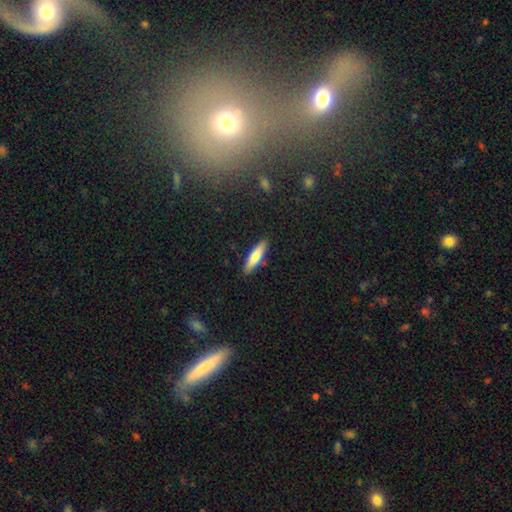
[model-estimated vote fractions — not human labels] A smooth galaxy with no disk features (75%) that is cigar-shaped (73%).

Vote fractions:
- Smooth or featured? smooth: 75% / featured or disk: 20% / star or artifact: 6%
- How rounded? cigar-shaped: 73% / in between: 25% / round: 1%
- Merging? none: 87% / minor disturbance: 9% / major disturbance: 2% / merger: 2%